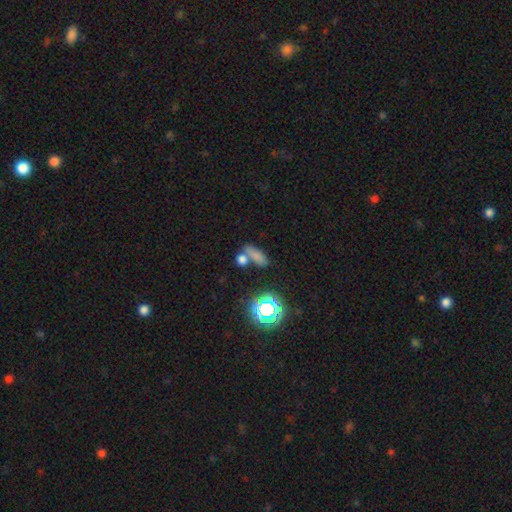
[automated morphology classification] This is likely a smooth galaxy (70%). How rounded: likely in between (62%). Merging: possibly none (48%).